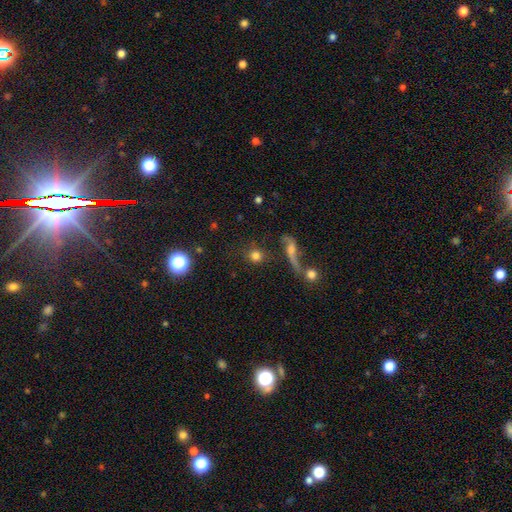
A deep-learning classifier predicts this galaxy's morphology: The model was most divided on "merging": none: 68%, merger: 14%, minor disturbance: 11%, major disturbance: 8%. More confident: how rounded — round (87%); smooth or featured — smooth (74%).